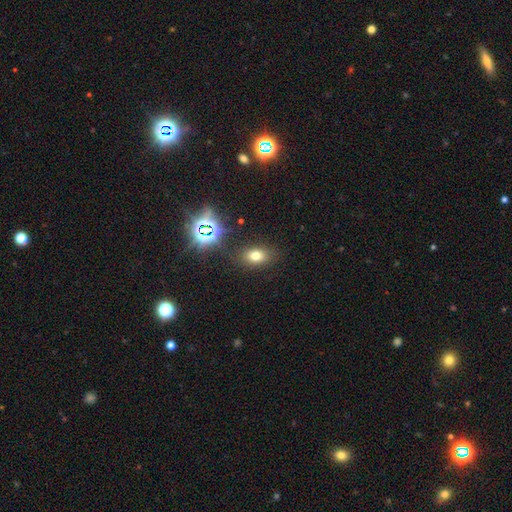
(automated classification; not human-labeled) Smooth or featured? Predicted: smooth (p=0.67). How rounded? Predicted: in between (p=0.76). Merging? Predicted: none (p=0.85).